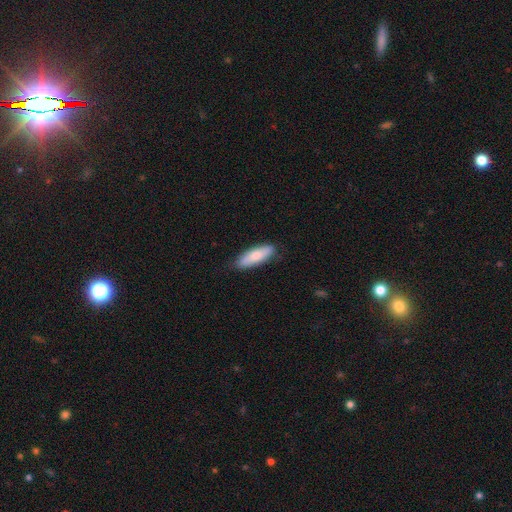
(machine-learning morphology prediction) A smooth galaxy with no disk features (76%) that is in between round and cigar-shaped (54%). Merging: none (84%).